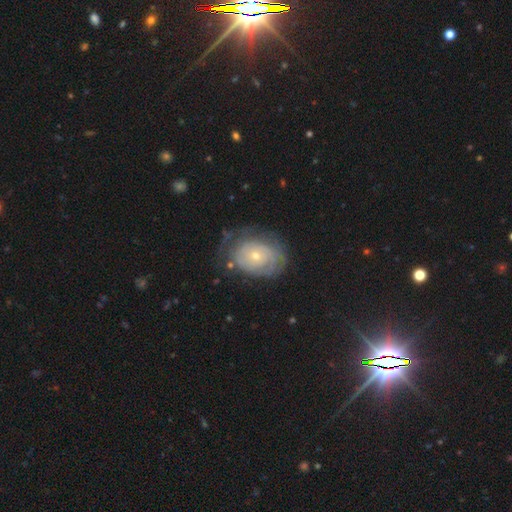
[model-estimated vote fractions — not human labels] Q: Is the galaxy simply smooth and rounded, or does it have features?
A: featured or disk — 63%.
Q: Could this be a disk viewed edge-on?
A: no — 95%.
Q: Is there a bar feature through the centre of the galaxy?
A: no — 84%.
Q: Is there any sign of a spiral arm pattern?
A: yes — 67%.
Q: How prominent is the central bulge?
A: small — 64%.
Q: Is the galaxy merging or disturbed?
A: none — 61%.